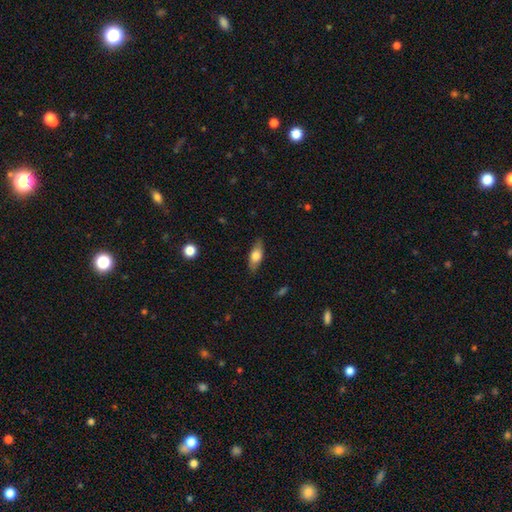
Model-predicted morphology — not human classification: type=smooth (66%); roundness=in between (74%); merging=none (82%).